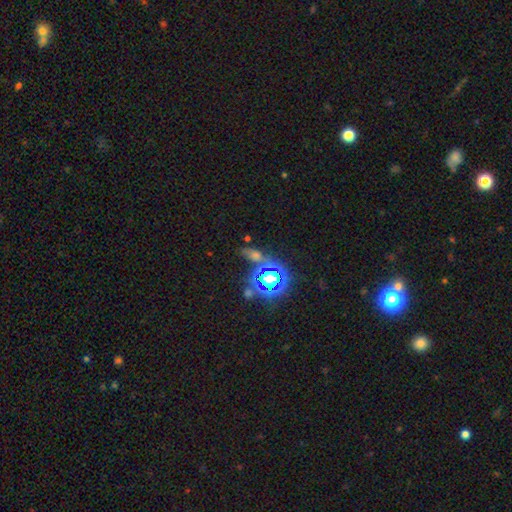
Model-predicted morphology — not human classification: Overall: star or artifact (54%; smooth 31%).